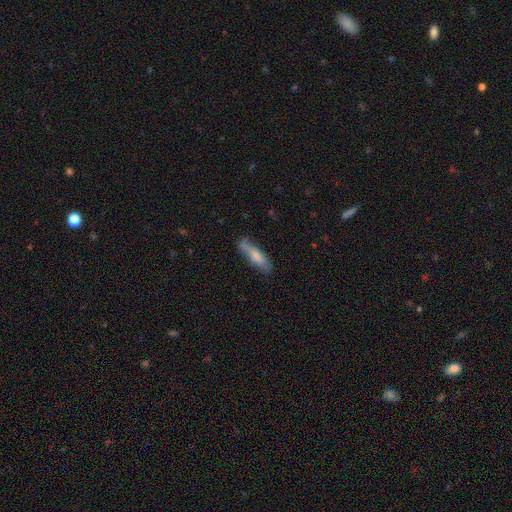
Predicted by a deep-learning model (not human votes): smooth 69%, featured or disk 24%, star or artifact 6%. Down the decision tree: how rounded — cigar-shaped (69%); merging — none (70%).